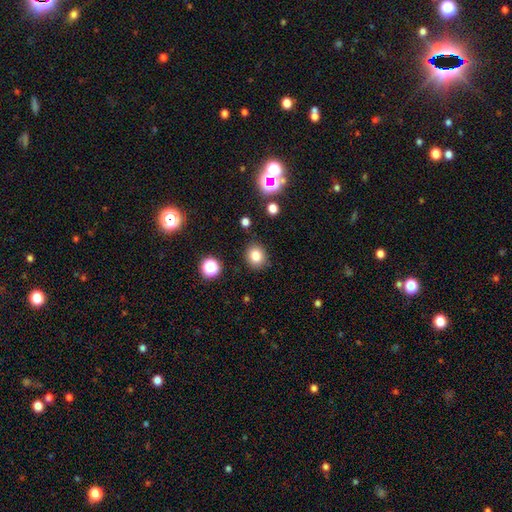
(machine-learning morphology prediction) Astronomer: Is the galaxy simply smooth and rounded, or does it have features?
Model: smooth — 81%.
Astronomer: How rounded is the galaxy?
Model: round — 75%.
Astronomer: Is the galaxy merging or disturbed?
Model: none — 86%.